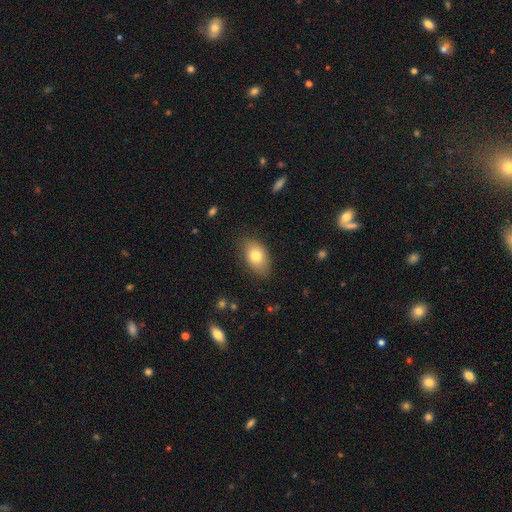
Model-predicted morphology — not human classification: smooth_or_featured: smooth (p=0.77) [alt: featured or disk p=0.15]
how_rounded: in between (p=0.89) [alt: round p=0.09]
merging: none (p=0.81) [alt: minor disturbance p=0.14]